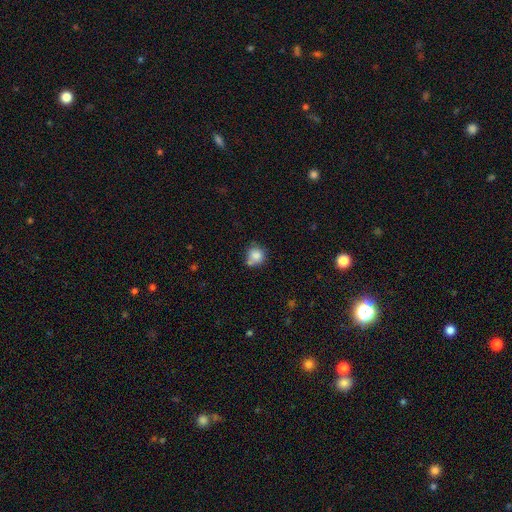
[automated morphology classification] smooth-or-featured: smooth: 84% | star or artifact: 10% | featured or disk: 7%
  how-rounded: round: 89% | in between: 10% | cigar-shaped: 1%
  merging: none: 61% | minor disturbance: 18% | merger: 16% | major disturbance: 5%